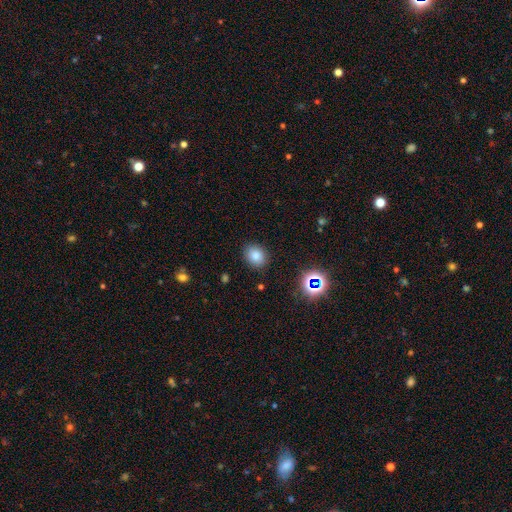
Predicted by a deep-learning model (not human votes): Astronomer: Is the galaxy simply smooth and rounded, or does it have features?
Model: smooth — 80%.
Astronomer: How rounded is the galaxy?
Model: round — 54% (runner-up: in between, 45%).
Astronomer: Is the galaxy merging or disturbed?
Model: none — 87%.